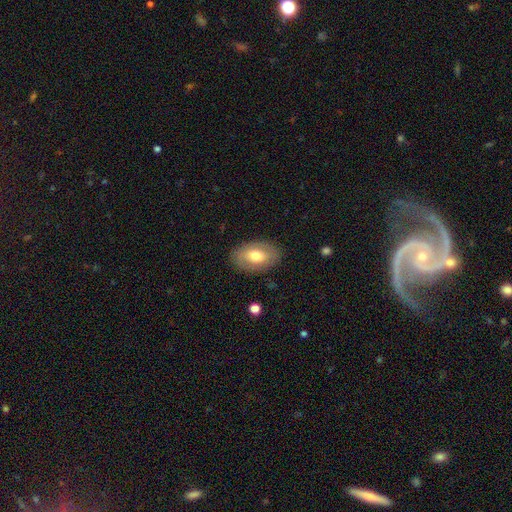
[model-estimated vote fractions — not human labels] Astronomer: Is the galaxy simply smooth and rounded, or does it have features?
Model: smooth — 64%.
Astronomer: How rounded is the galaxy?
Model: in between — 89%.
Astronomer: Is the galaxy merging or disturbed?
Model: none — 84%.